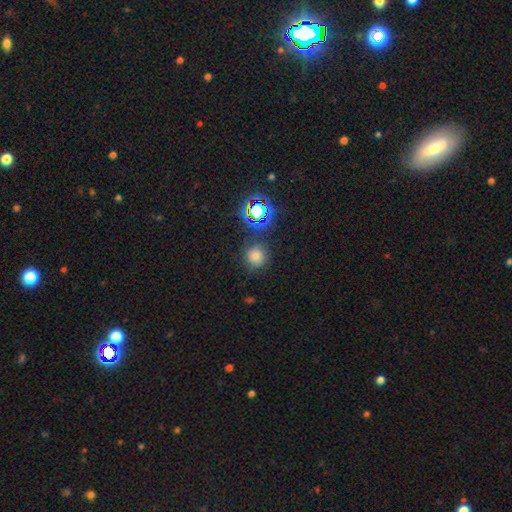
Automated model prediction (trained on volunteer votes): Smooth or featured: smooth — 71% (star or artifact — 22%)
How rounded: round — 91% (in between — 8%)
Merging: none — 78% (minor disturbance — 12%)